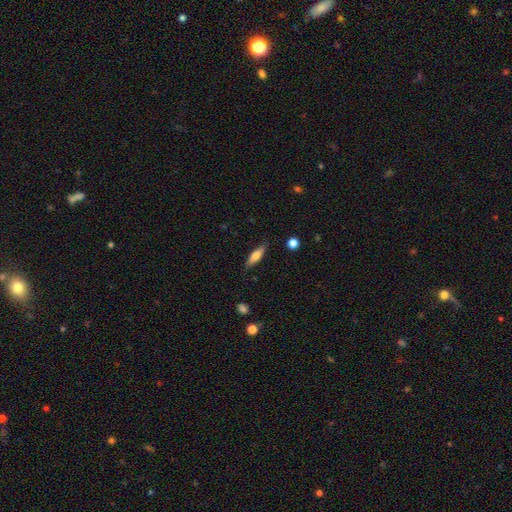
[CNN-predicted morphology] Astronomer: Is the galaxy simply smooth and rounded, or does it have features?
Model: smooth — 63%.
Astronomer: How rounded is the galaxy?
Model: cigar-shaped — 59% (runner-up: in between, 39%).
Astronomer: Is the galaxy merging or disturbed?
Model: none — 84%.